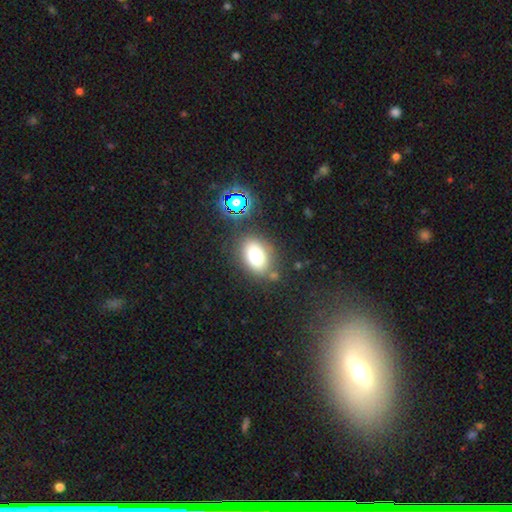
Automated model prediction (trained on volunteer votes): This appears to be a smooth galaxy with no disk features (78%) that is in between round and cigar-shaped (83%). Merging: none (75%).